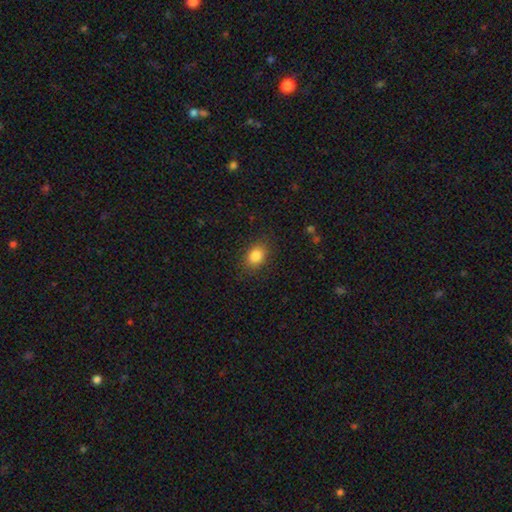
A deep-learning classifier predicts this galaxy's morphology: Smooth or featured: smooth — 85% (star or artifact — 9%)
How rounded: in between — 73% (round — 26%)
Merging: none — 85% (minor disturbance — 11%)